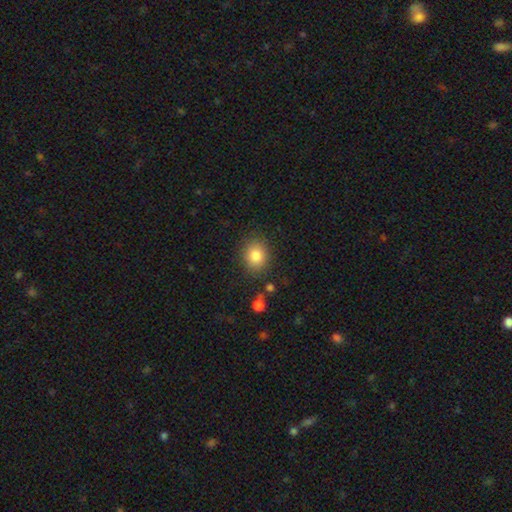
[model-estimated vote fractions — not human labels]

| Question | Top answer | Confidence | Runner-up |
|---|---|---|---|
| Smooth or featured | smooth | 85% | star or artifact (9%) |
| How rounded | round | 62% | in between (37%) |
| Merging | none | 83% | minor disturbance (11%) |